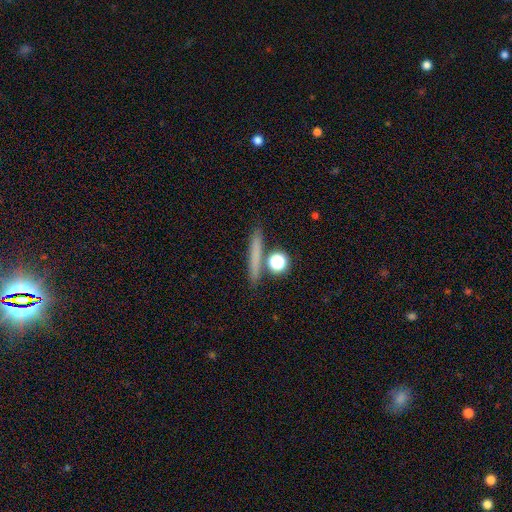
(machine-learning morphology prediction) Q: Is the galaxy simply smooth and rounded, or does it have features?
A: smooth — 67%.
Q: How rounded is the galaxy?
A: cigar-shaped — 78%.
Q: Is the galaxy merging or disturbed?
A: none — 78%.